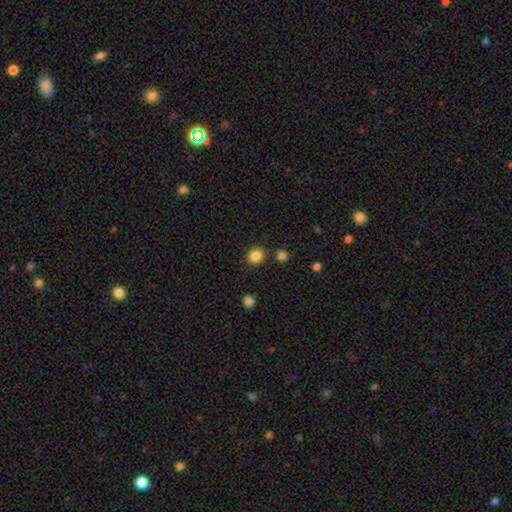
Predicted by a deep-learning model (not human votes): Smooth or featured? smooth (85%)
How rounded? round (82%)
Merging? none (85%)